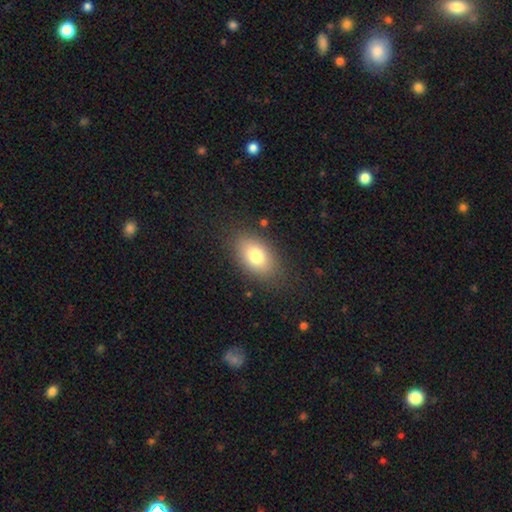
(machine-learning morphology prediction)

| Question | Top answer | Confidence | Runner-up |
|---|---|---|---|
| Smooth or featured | smooth | 77% | featured or disk (13%) |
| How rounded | in between | 86% | round (12%) |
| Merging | none | 82% | minor disturbance (12%) |